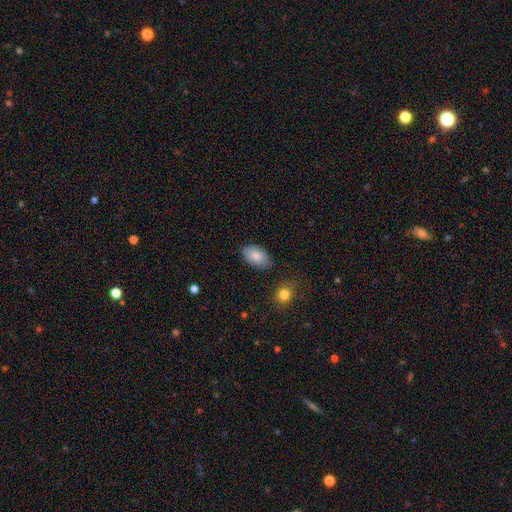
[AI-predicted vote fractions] Smooth or featured?
  - smooth: 83% *
  - featured or disk: 11%
  - star or artifact: 7%
How rounded?
  - in between: 93% *
  - round: 6%
  - cigar-shaped: 1%
Merging?
  - none: 80% *
  - minor disturbance: 15%
  - major disturbance: 3%
  - merger: 2%